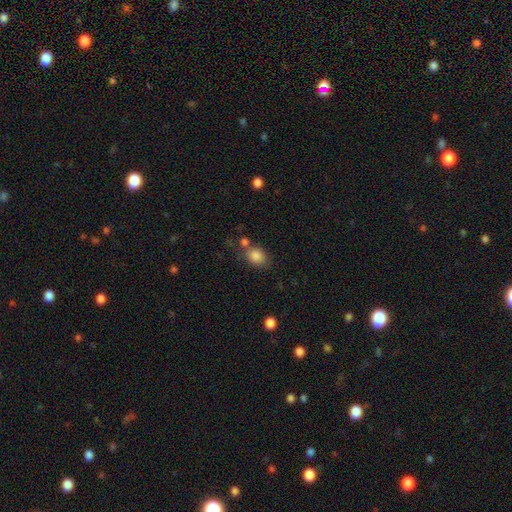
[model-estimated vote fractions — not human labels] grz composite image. It shows a smooth galaxy with no disk features (85%) that is in between round and cigar-shaped (55%). Merging: none (60%).